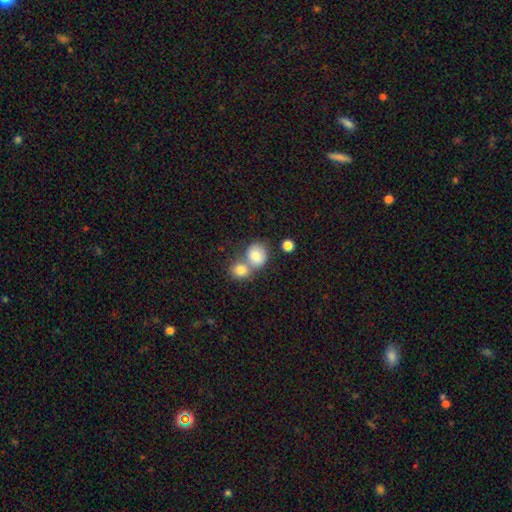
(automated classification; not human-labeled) Overall: smooth (81%). How rounded: round (74%). Merging: merger (49%; none 39%).